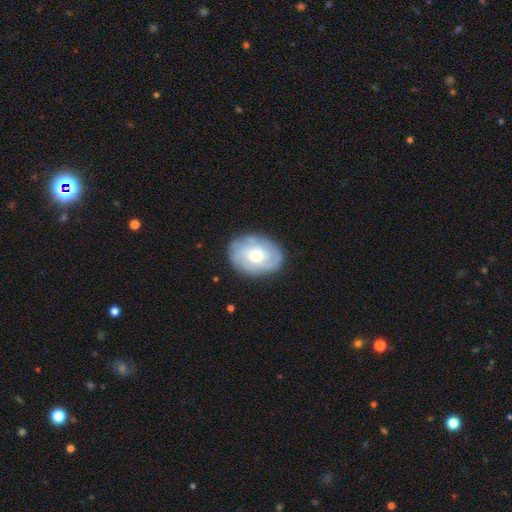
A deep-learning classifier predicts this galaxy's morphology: Smooth or featured?
  - featured or disk: 63% *
  - smooth: 30%
  - star or artifact: 6%
Edge-on disk?
  - no: 96% *
  - yes: 4%
Bar?
  - no: 70% *
  - weak: 26%
  - strong: 4%
Spiral arms?
  - yes: 81% *
  - no: 19%
Bulge size?
  - moderate: 69% *
  - small: 16%
  - large: 13%
  - dominant: 1%
  - none: 1%
Merging?
  - none: 81% *
  - minor disturbance: 14%
  - major disturbance: 4%
  - merger: 1%